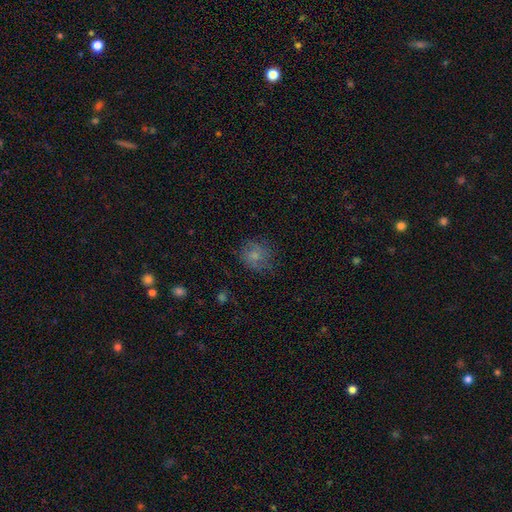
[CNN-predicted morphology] This is likely a smooth galaxy (73%). How rounded: clearly round (82%). Merging: likely none (68%).